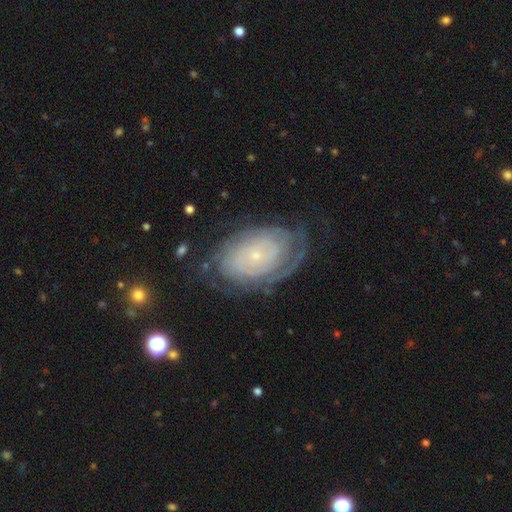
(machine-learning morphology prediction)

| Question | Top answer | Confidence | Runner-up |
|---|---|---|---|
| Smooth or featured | featured or disk | 75% | smooth (18%) |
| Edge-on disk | no | 95% | yes (5%) |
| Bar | no | 83% | weak (13%) |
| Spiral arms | yes | 84% | no (16%) |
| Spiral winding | tight | 77% | medium (17%) |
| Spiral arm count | can't tell | 56% | 2 (17%) |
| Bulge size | small | 85% | moderate (10%) |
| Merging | none | 66% | minor disturbance (21%) |